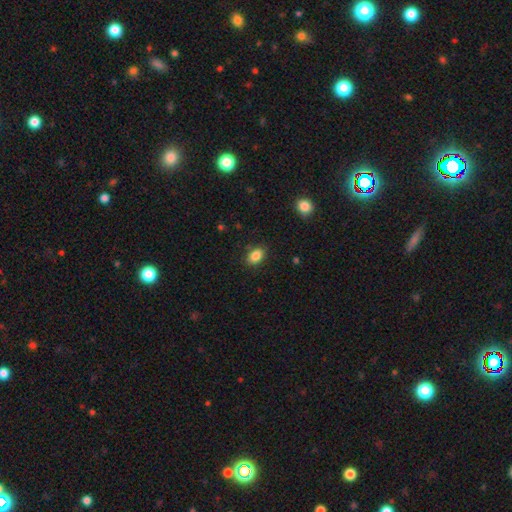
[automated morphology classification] smooth_or_featured: smooth (p=0.86) [alt: star or artifact p=0.09]
how_rounded: in between (p=0.78) [alt: round p=0.21]
merging: none (p=0.84) [alt: minor disturbance p=0.12]